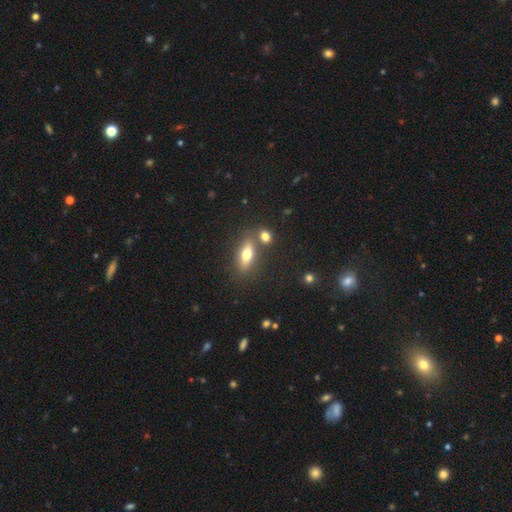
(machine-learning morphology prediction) Overall: smooth (59%; star or artifact 26%). How rounded: in between (69%). Merging: none (66%).